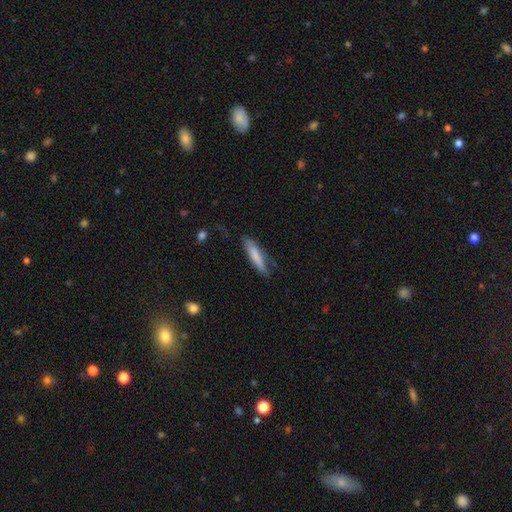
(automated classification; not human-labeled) A smooth galaxy with no disk features (76%) that is cigar-shaped (84%).

Vote fractions:
- Smooth or featured? smooth: 76% / featured or disk: 18% / star or artifact: 6%
- How rounded? cigar-shaped: 84% / in between: 14% / round: 1%
- Merging? none: 69% / minor disturbance: 22% / major disturbance: 7% / merger: 2%